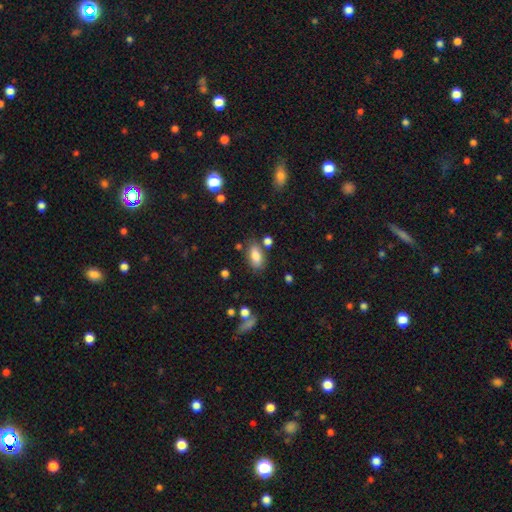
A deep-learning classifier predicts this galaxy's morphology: Smooth or featured?
  - smooth: 83% *
  - featured or disk: 8%
  - star or artifact: 8%
How rounded?
  - in between: 89% *
  - cigar-shaped: 6%
  - round: 5%
Merging?
  - none: 75% *
  - minor disturbance: 14%
  - merger: 7%
  - major disturbance: 4%